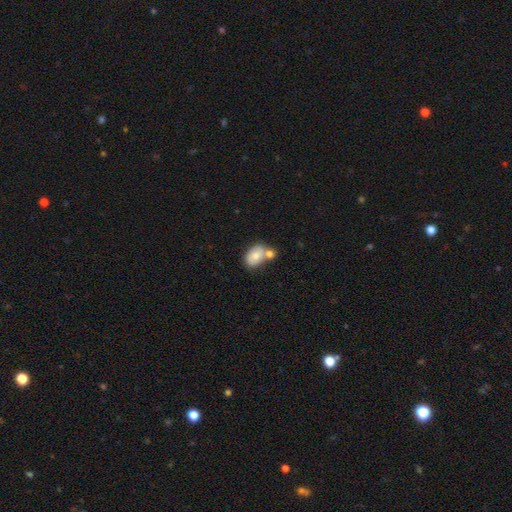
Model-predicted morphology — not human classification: smooth-or-featured: smooth: 75% | featured or disk: 18% | star or artifact: 7%
  how-rounded: in between: 85% | round: 14% | cigar-shaped: 1%
  merging: none: 42% | merger: 41% | minor disturbance: 13% | major disturbance: 4%